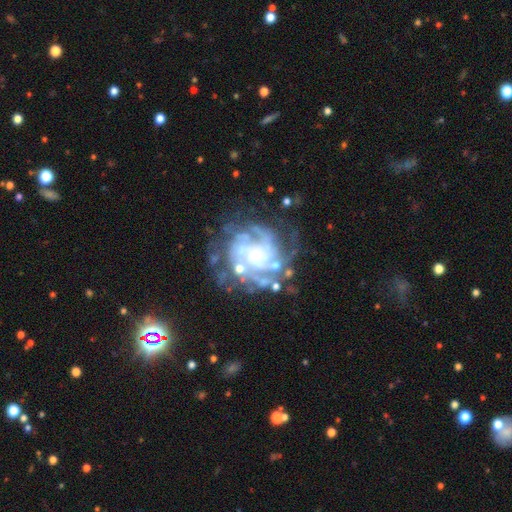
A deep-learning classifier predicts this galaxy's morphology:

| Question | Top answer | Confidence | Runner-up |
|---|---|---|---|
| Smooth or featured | featured or disk | 88% | star or artifact (7%) |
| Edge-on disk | no | 98% | yes (2%) |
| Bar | no | 75% | weak (19%) |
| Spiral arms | yes | 95% | no (5%) |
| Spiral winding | tight | 63% | medium (30%) |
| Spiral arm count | can't tell | 26% | 4 (25%) |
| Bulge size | small | 67% | moderate (26%) |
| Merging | none | 63% | minor disturbance (19%) |